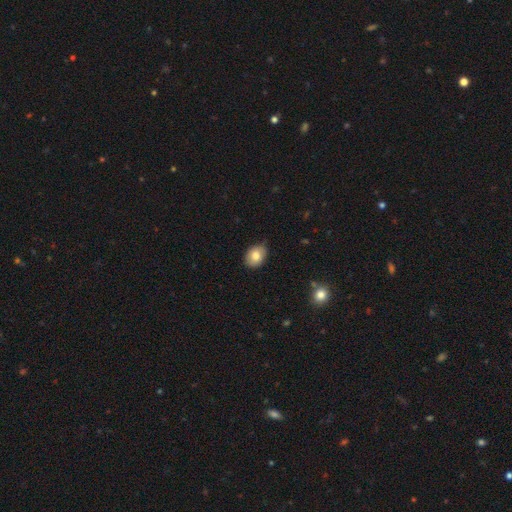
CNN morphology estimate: smooth-or-featured: smooth: 80% | featured or disk: 12% | star or artifact: 8%
  how-rounded: in between: 66% | round: 33% | cigar-shaped: 1%
  merging: none: 79% | minor disturbance: 18% | major disturbance: 2% | merger: 1%